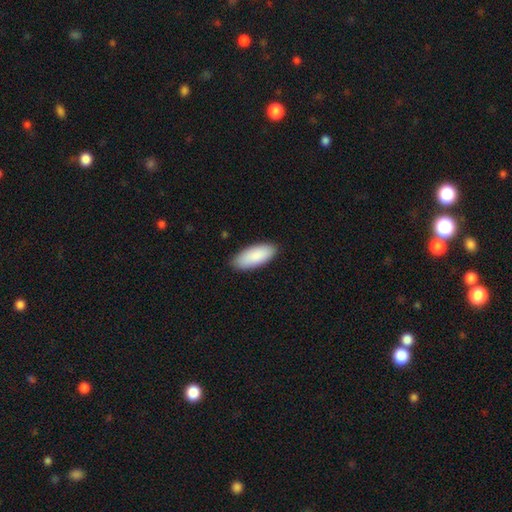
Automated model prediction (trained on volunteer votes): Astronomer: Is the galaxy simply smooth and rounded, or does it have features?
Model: smooth — 90%.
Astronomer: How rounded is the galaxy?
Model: in between — 85%.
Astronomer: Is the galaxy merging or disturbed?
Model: none — 87%.